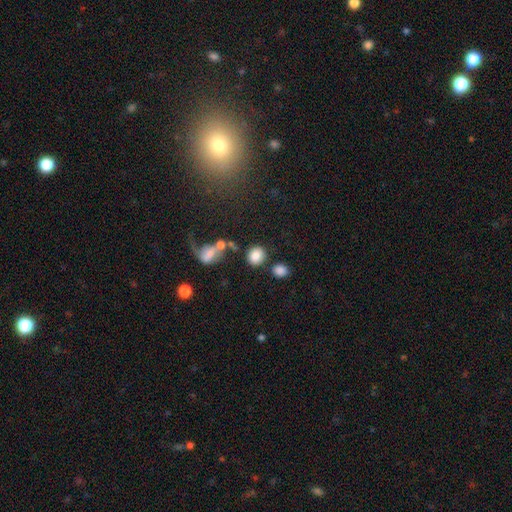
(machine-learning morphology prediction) smooth-or-featured: smooth: 83% | star or artifact: 9% | featured or disk: 7%
  how-rounded: round: 78% | in between: 21% | cigar-shaped: 1%
  merging: none: 70% | merger: 13% | minor disturbance: 12% | major disturbance: 6%